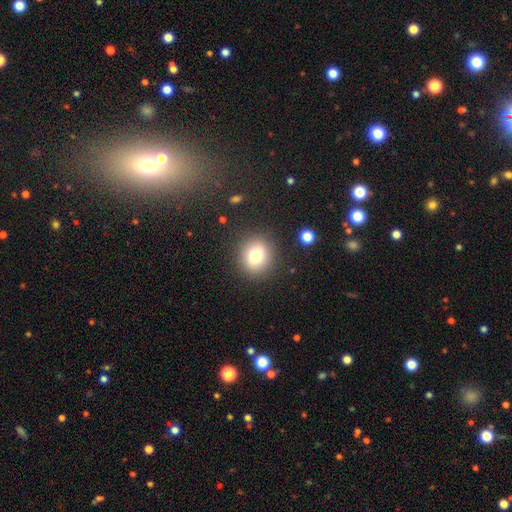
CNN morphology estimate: Smooth or featured? smooth (77%)
How rounded? round (83%)
Merging? none (87%)